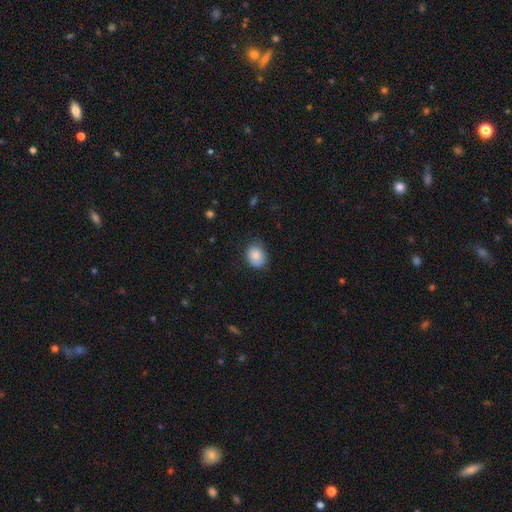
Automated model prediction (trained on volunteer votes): Smooth or featured? Predicted: smooth (p=0.86). How rounded? Predicted: round (p=0.53). Merging? Predicted: none (p=0.73).